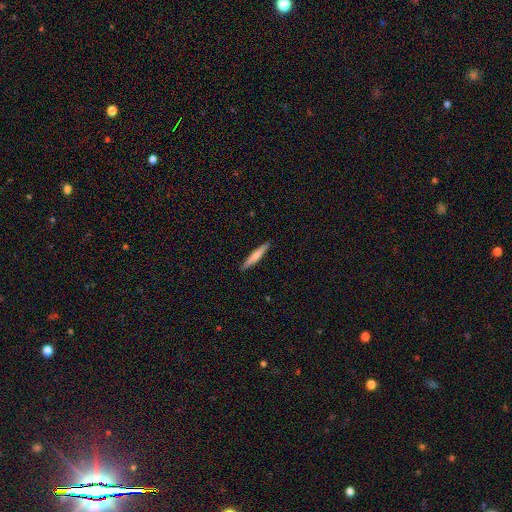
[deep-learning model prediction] This is likely a smooth galaxy (62%). How rounded: clearly cigar-shaped (95%). Merging: clearly none (92%).